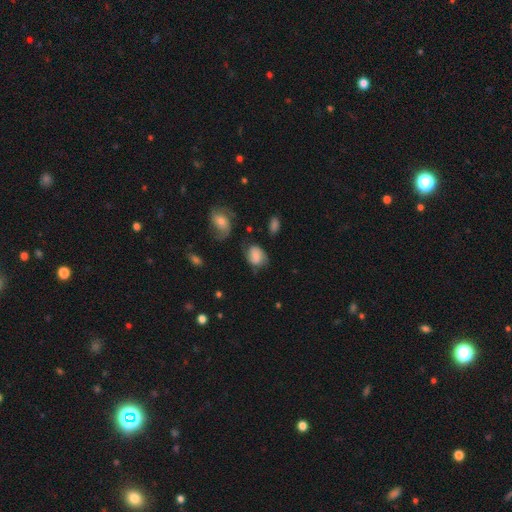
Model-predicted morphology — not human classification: Overall: smooth (55%; featured or disk 35%). How rounded: in between (67%; round 32%). Merging: none (56%; minor disturbance 26%).